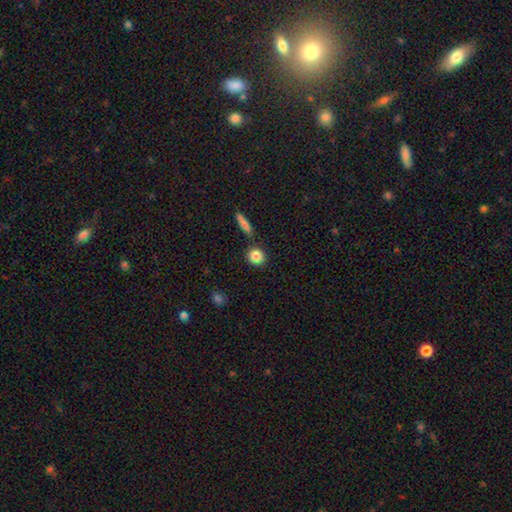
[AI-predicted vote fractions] Smooth or featured? Predicted: smooth (p=0.86). How rounded? Predicted: round (p=0.81). Merging? Predicted: none (p=0.79).